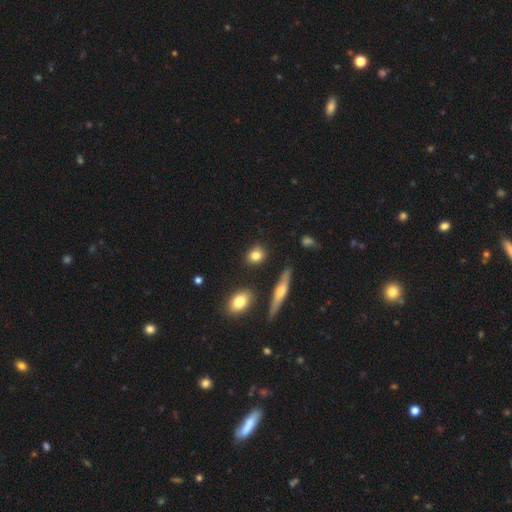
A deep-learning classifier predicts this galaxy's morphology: A smooth galaxy with no disk features (81%) that is round (71%). Merging: none (84%).